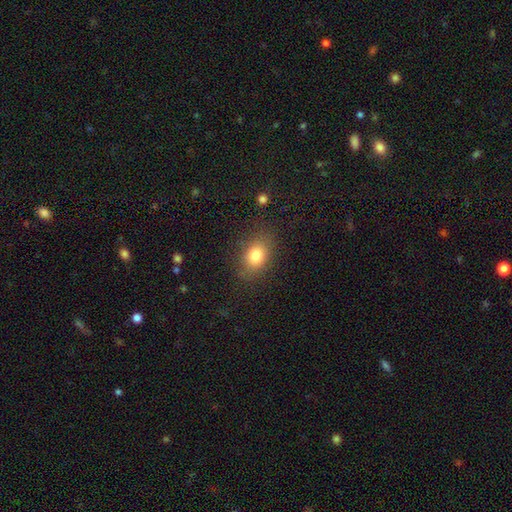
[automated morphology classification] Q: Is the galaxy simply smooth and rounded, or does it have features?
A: smooth — 79%.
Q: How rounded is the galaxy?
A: in between — 71%.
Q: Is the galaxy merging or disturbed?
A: none — 79%.